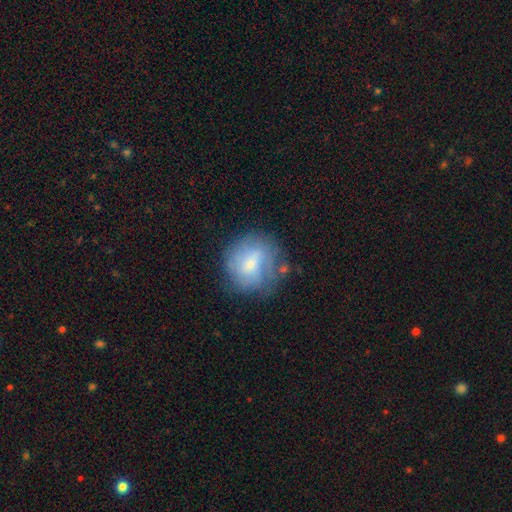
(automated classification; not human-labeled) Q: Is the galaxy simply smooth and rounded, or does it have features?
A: smooth — 51%.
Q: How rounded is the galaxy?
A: round — 83%.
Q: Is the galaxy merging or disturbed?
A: none — 61%.